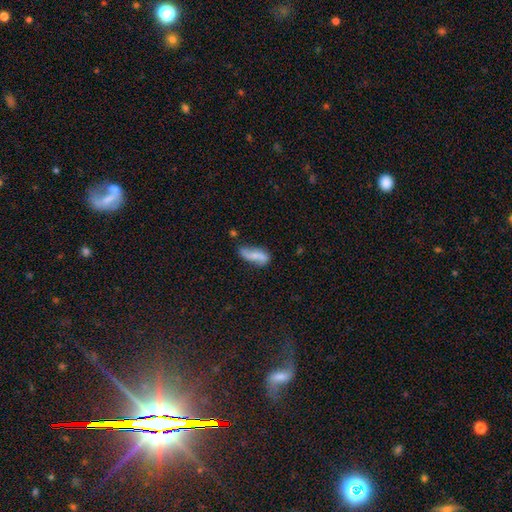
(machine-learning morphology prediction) Smooth or featured?
  - featured or disk: 49% *
  - smooth: 44%
  - star or artifact: 8%
Merging?
  - none: 53% *
  - minor disturbance: 27%
  - major disturbance: 11%
  - merger: 9%